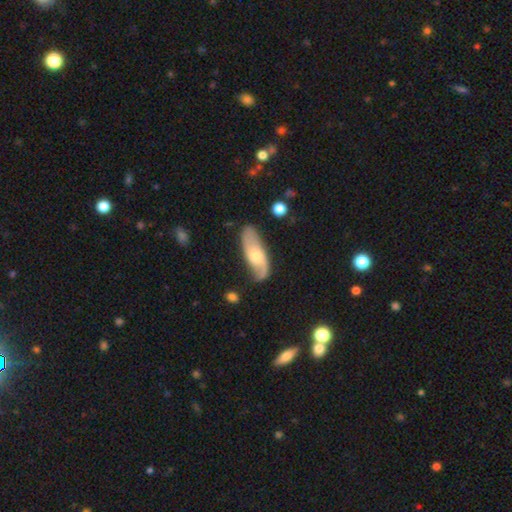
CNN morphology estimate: Q: Smooth or featured?
A: featured or disk (59%); runner-up: smooth (35%)
Q: Edge-on disk?
A: no (83%); runner-up: yes (17%)
Q: Merging?
A: none (71%); runner-up: minor disturbance (21%)